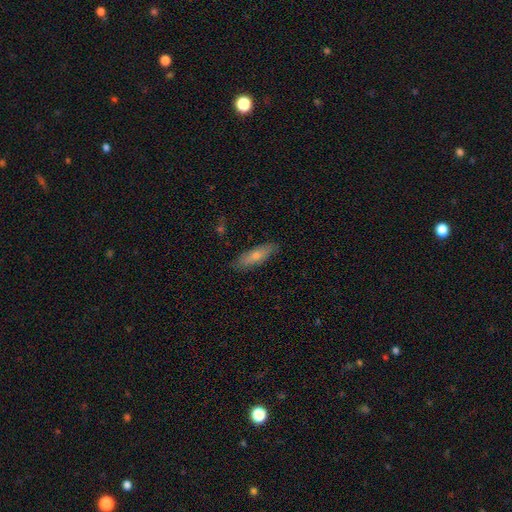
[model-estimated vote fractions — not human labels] Smooth or featured: smooth — 70% (featured or disk — 24%)
How rounded: cigar-shaped — 57% (in between — 41%)
Merging: none — 85% (minor disturbance — 11%)